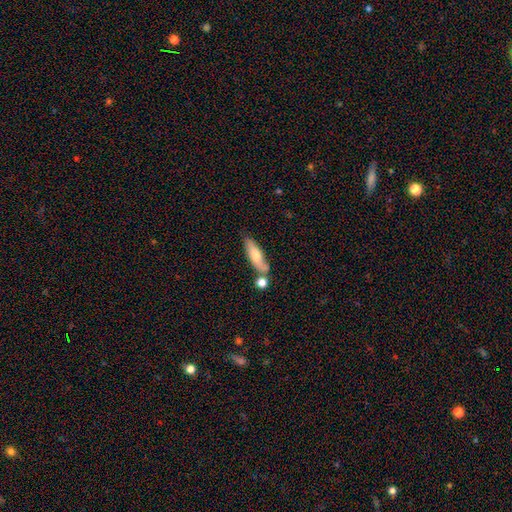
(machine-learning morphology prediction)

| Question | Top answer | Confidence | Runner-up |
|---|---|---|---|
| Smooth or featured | smooth | 65% | featured or disk (29%) |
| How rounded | cigar-shaped | 58% | in between (39%) |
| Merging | none | 58% | merger (19%) |